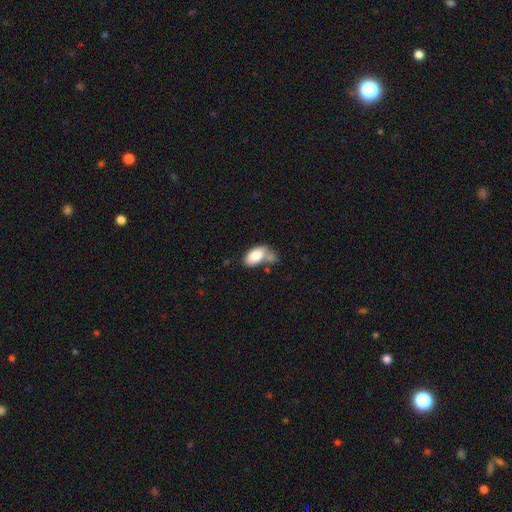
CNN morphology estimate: A smooth galaxy with no disk features (80%) that is in between round and cigar-shaped (94%). Merging: none (33%).